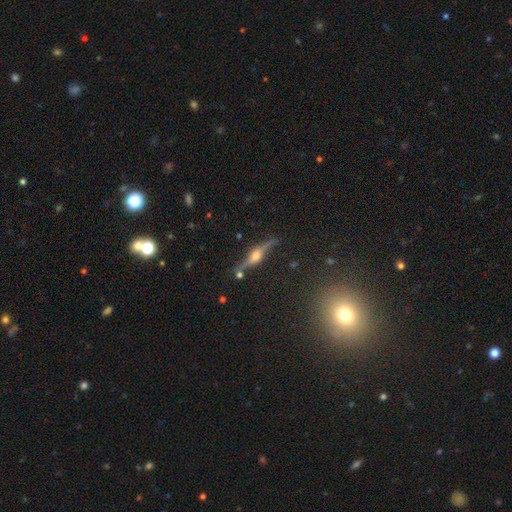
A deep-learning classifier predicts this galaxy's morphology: A featured or disk galaxy (80%) viewed edge-on (95%) with a rounded central bulge (94%).

Vote fractions:
- Smooth or featured? featured or disk: 80% / smooth: 11% / star or artifact: 8%
- Edge-on disk? yes: 95% / no: 5%
- Edge-on bulge? rounded: 94% / boxy: 4% / none: 2%
- Merging? none: 81% / minor disturbance: 12% / merger: 4% / major disturbance: 3%